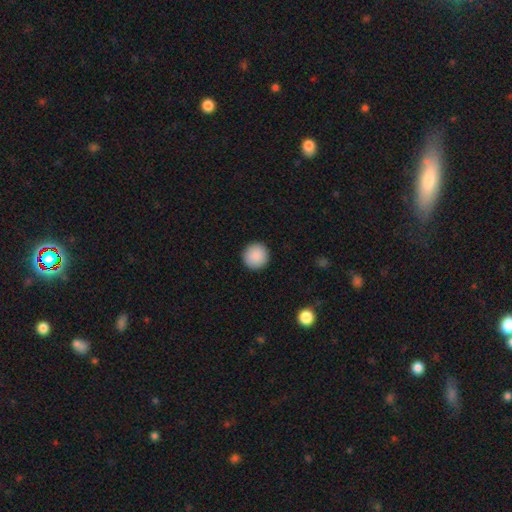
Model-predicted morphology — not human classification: smooth 90%, star or artifact 7%, featured or disk 3%. Down the decision tree: how rounded — round (95%); merging — none (93%).